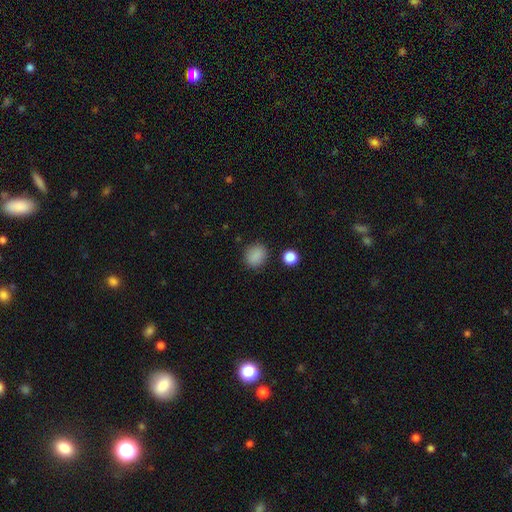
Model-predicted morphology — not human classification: This is clearly a smooth galaxy (86%). How rounded: likely round (70%). Merging: clearly none (85%).